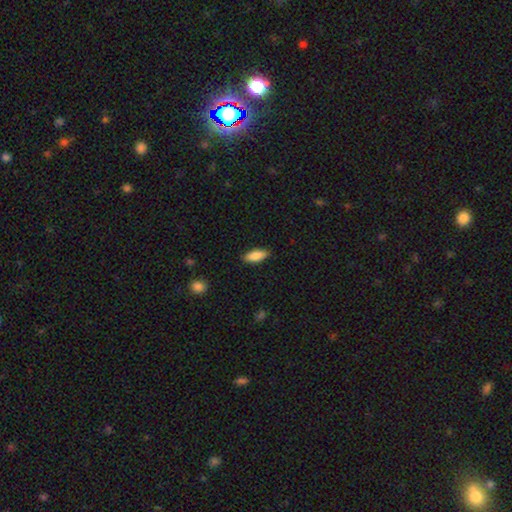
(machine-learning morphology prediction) Smooth or featured: smooth — 86% (featured or disk — 7%)
How rounded: in between — 74% (cigar-shaped — 24%)
Merging: none — 87% (minor disturbance — 10%)